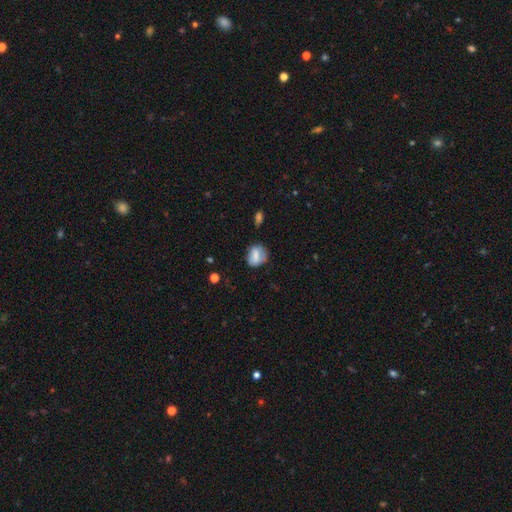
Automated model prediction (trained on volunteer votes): Overall: smooth (69%). How rounded: in between (49%; round 48%). Merging: none (60%; minor disturbance 27%).